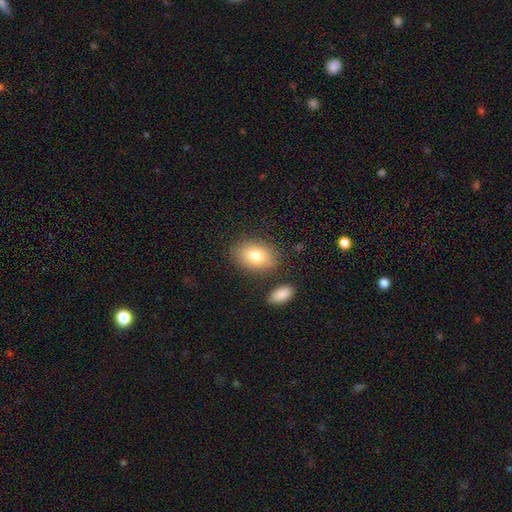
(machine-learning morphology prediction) Smooth or featured? Predicted: smooth (p=0.79). How rounded? Predicted: in between (p=0.77). Merging? Predicted: none (p=0.81).